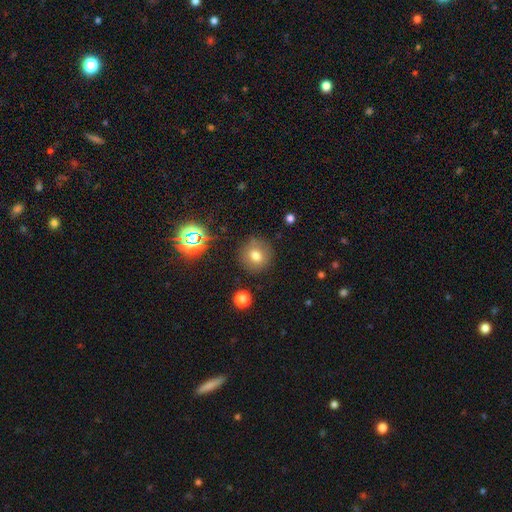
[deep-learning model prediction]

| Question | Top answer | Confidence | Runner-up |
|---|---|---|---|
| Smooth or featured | smooth | 72% | star or artifact (16%) |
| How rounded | round | 89% | in between (10%) |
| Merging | none | 83% | minor disturbance (11%) |